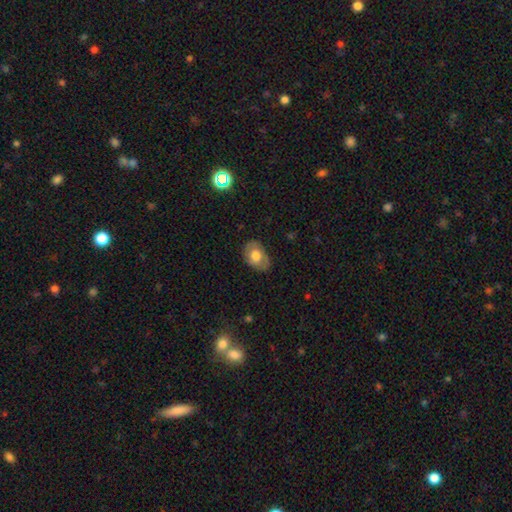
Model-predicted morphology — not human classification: smooth-or-featured: smooth: 66% | featured or disk: 27% | star or artifact: 7%
  how-rounded: in between: 81% | round: 18% | cigar-shaped: 1%
  merging: none: 77% | minor disturbance: 18% | major disturbance: 4% | merger: 1%